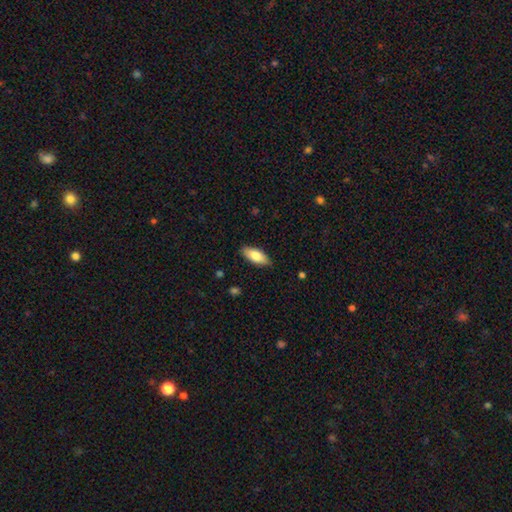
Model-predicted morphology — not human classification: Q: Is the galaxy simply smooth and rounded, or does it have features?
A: smooth — 78%.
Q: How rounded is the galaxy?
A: in between — 83%.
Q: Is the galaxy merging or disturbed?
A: none — 87%.